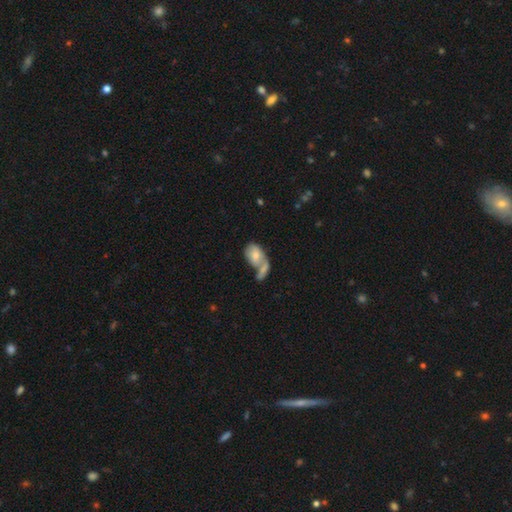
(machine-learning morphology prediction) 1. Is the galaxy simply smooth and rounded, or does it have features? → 69% smooth, 24% featured or disk, 6% star or artifact.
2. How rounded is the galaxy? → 88% in between, 10% round, 2% cigar-shaped.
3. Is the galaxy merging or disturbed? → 56% merger, 23% none, 11% minor disturbance, 10% major disturbance.